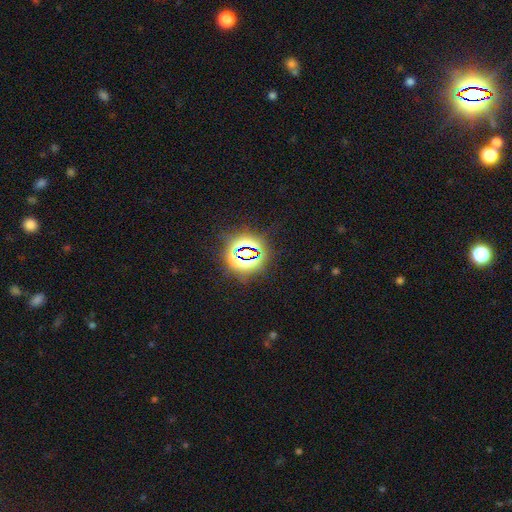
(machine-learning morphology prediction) star or artifact 82%, smooth 11%, featured or disk 7%.